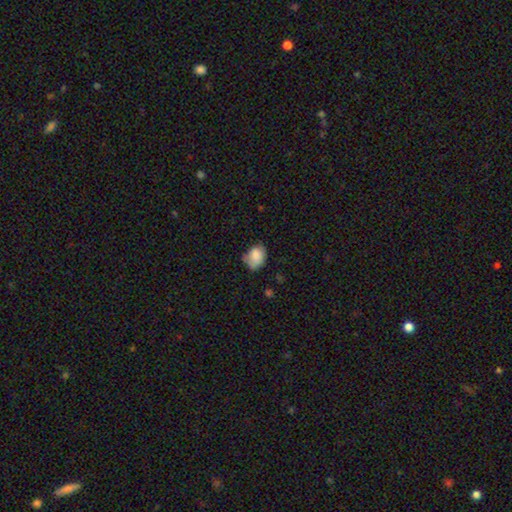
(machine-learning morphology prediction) A smooth galaxy with no disk features (83%) that is in between round and cigar-shaped (66%).

Vote fractions:
- Smooth or featured? smooth: 83% / featured or disk: 9% / star or artifact: 8%
- How rounded? in between: 66% / round: 33% / cigar-shaped: 1%
- Merging? none: 50% / minor disturbance: 36% / major disturbance: 10% / merger: 4%